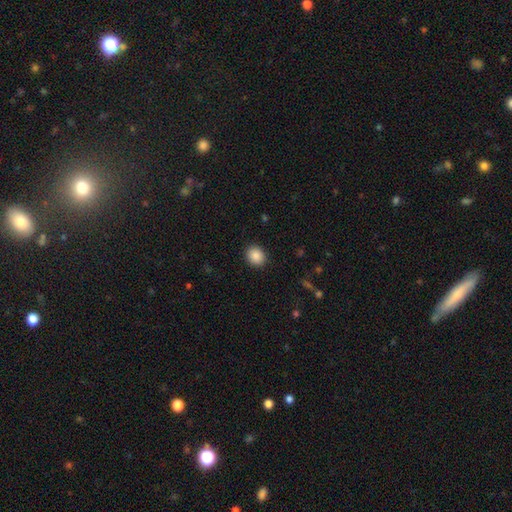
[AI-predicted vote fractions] Smooth or featured: smooth — 88% (star or artifact — 8%)
How rounded: round — 71% (in between — 28%)
Merging: none — 91% (minor disturbance — 6%)